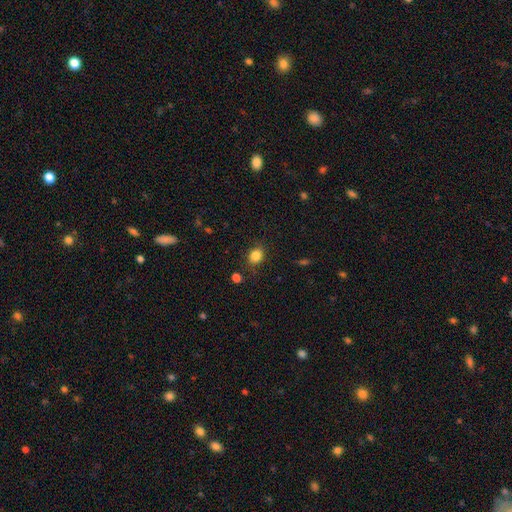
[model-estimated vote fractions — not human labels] smooth 84%, star or artifact 11%, featured or disk 5%. Down the decision tree: how rounded — round (53%); merging — none (82%).